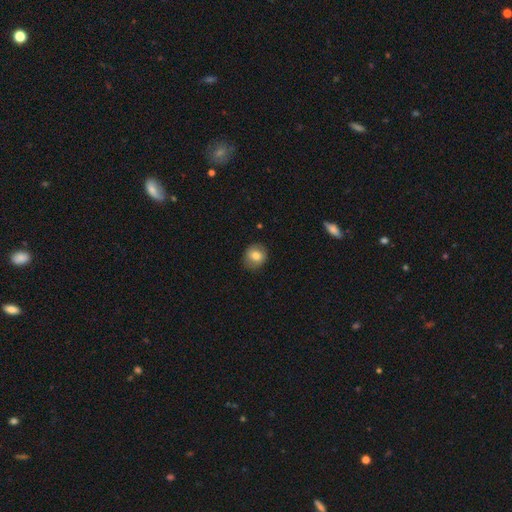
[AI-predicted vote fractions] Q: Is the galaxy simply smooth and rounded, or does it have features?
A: smooth — 79%.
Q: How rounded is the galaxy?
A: round — 76%.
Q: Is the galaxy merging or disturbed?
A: none — 83%.